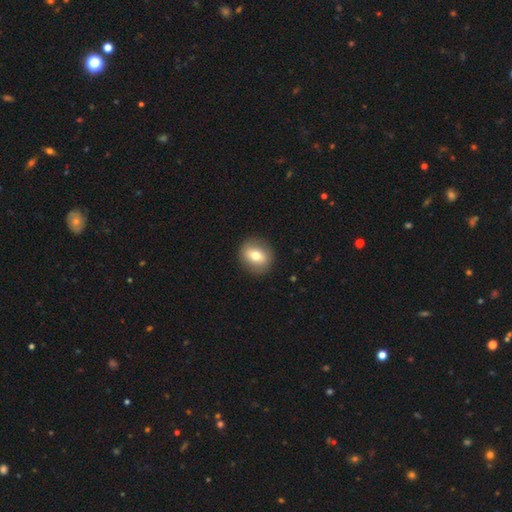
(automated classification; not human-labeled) A smooth galaxy with no disk features (68%) that is round (65%).

Vote fractions:
- Smooth or featured? smooth: 68% / featured or disk: 24% / star or artifact: 8%
- How rounded? round: 65% / in between: 34% / cigar-shaped: 1%
- Merging? none: 89% / minor disturbance: 8% / major disturbance: 3% / merger: 1%